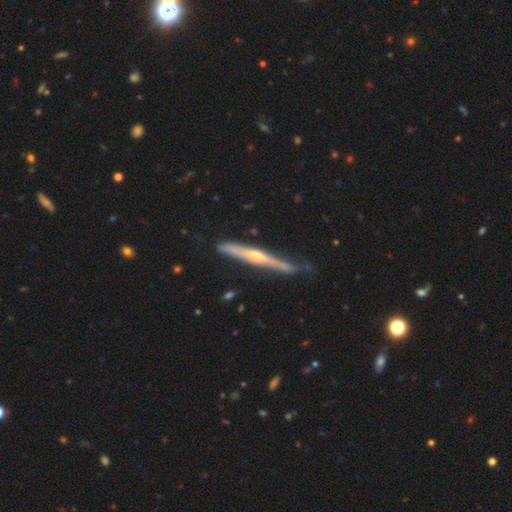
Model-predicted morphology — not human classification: smooth-or-featured: featured or disk: 71% | smooth: 24% | star or artifact: 5%
  disk-edge-on: yes: 96% | no: 4%
    edge-on-bulge: rounded: 67% | none: 24% | boxy: 9%
  merging: none: 72% | minor disturbance: 21% | major disturbance: 4% | merger: 3%